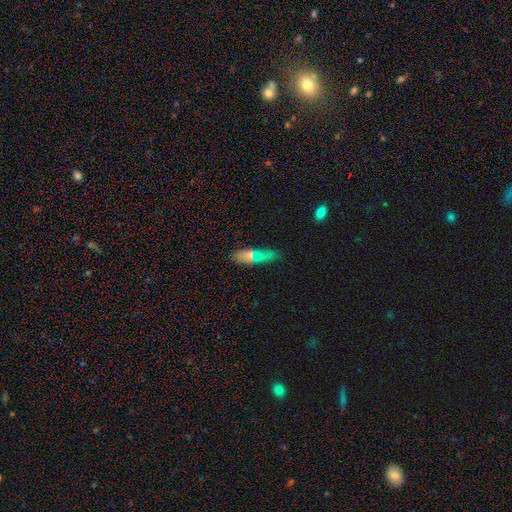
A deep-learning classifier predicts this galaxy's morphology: A smooth galaxy with no disk features (66%) that is cigar-shaped (57%). Merging: none (71%).